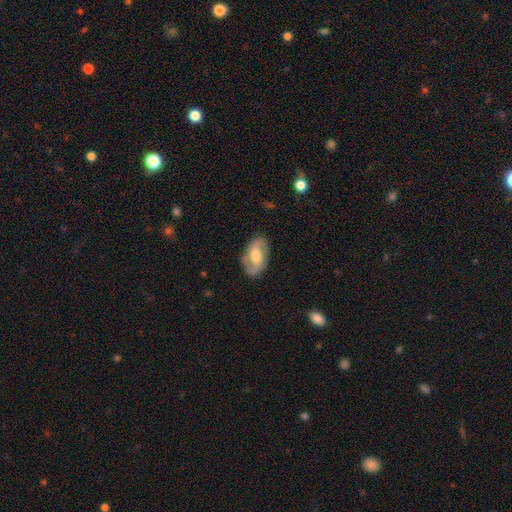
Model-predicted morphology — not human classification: Overall: featured or disk (66%; smooth 28%). Edge-on disk: no (94%). Bar: weak (47%; no 28%). Spiral arms: yes (83%). Spiral arm count: 2 (87%). Spiral winding: medium (41%; loose 40%). Bulge size: moderate (63%). Merging: none (81%).